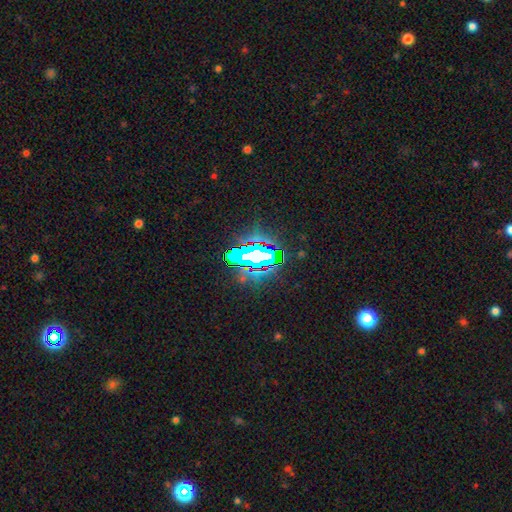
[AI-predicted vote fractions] Smooth or featured?
  - star or artifact: 67% *
  - smooth: 17%
  - featured or disk: 15%